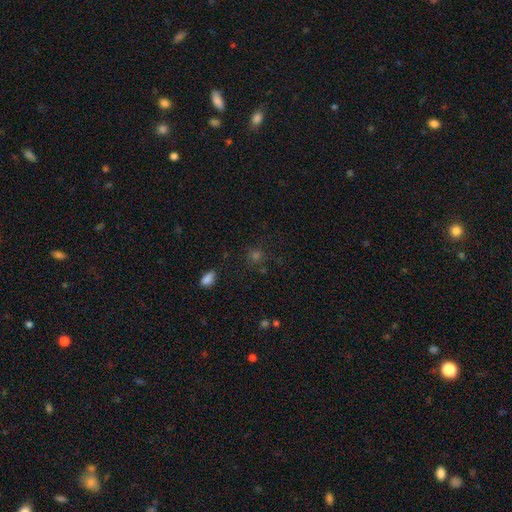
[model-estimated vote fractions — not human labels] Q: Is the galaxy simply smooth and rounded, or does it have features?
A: smooth — 52%.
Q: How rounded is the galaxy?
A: round — 88%.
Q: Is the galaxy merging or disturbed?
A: none — 79%.